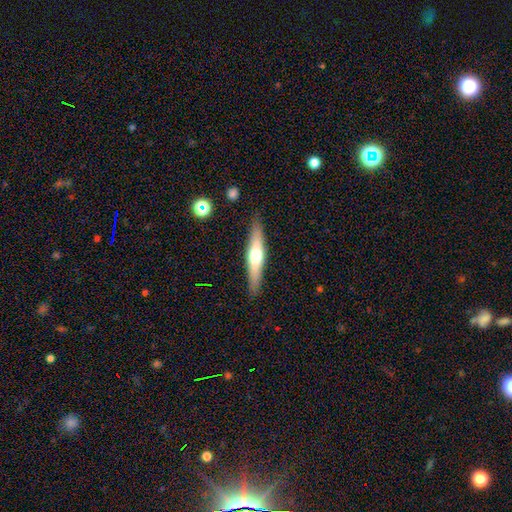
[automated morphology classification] A featured or disk galaxy (54%) viewed edge-on (92%) with a rounded central bulge (91%). Merging: none (89%).